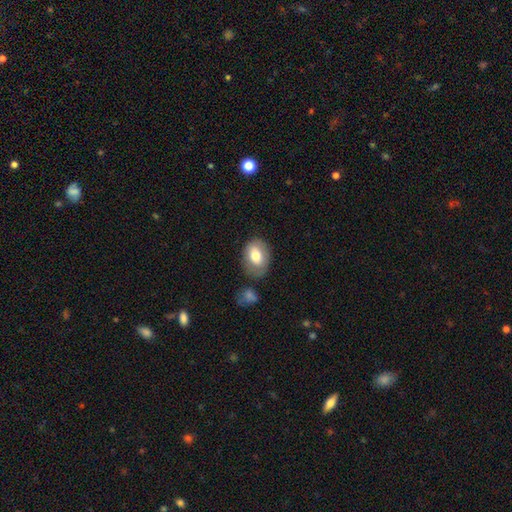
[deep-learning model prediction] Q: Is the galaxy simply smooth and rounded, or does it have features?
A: smooth — 72%.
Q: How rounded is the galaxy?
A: in between — 73%.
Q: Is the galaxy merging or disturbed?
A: none — 71%.